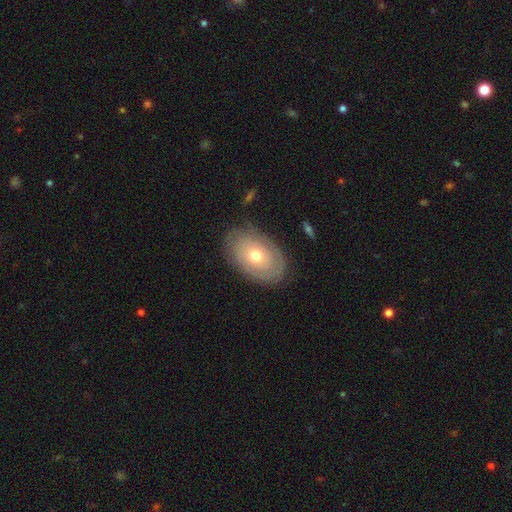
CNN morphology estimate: Overall: featured or disk (47%, tied with smooth). Merging: none (80%).